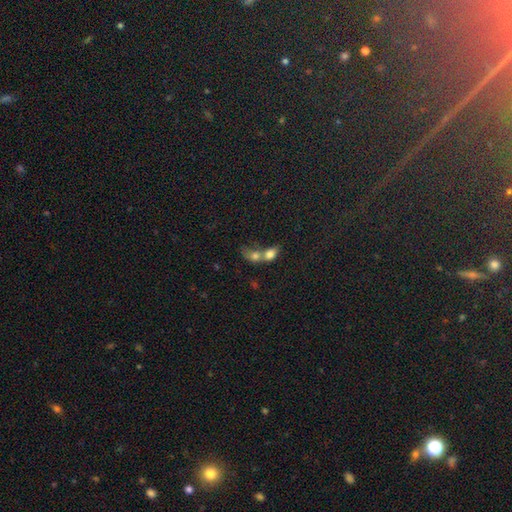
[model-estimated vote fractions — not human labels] Morphology: type=smooth (69%); roundness=in between (62%); merging=merger (76%).